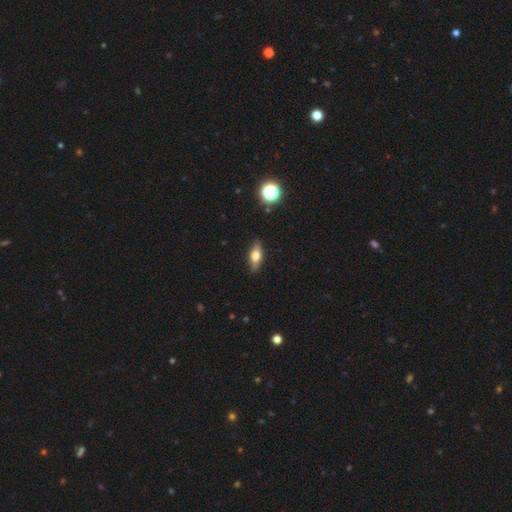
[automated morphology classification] A smooth galaxy with no disk features (62%) that is in between round and cigar-shaped (72%). Merging: none (86%).